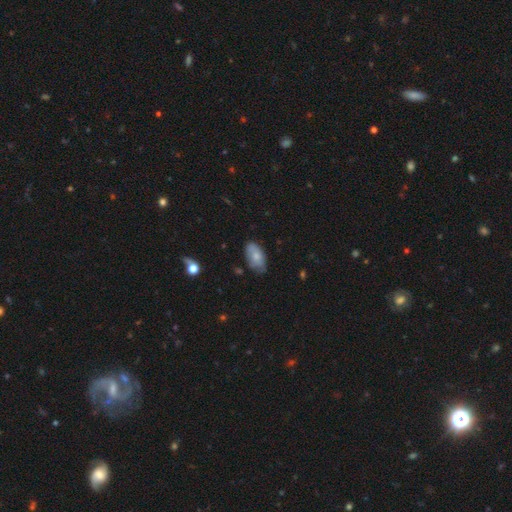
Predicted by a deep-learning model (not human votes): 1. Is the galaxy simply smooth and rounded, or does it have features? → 72% smooth, 21% featured or disk, 7% star or artifact.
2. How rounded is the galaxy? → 93% in between, 4% round, 3% cigar-shaped.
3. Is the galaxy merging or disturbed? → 63% none, 29% minor disturbance, 6% major disturbance, 2% merger.